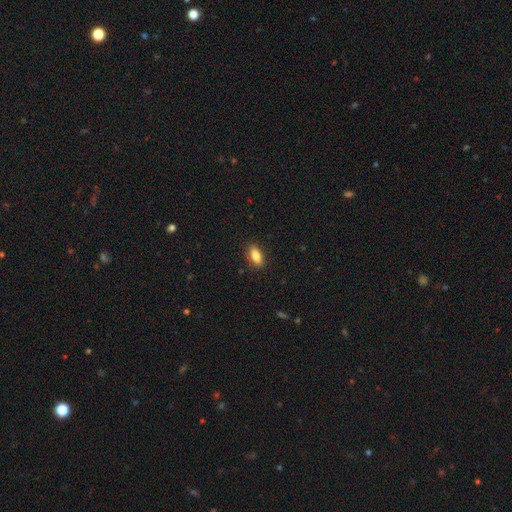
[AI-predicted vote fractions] Smooth or featured?
  - smooth: 84% *
  - featured or disk: 8%
  - star or artifact: 7%
How rounded?
  - in between: 80% *
  - cigar-shaped: 16%
  - round: 3%
Merging?
  - none: 87% *
  - minor disturbance: 10%
  - major disturbance: 2%
  - merger: 1%